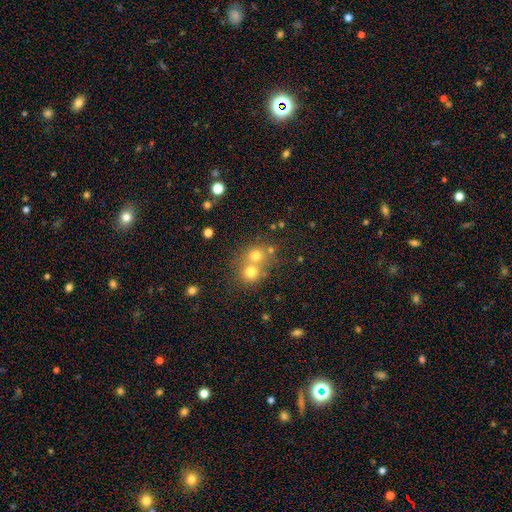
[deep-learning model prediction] This is likely a smooth galaxy (70%). How rounded: clearly round (82%). Merging: possibly merger (53%).